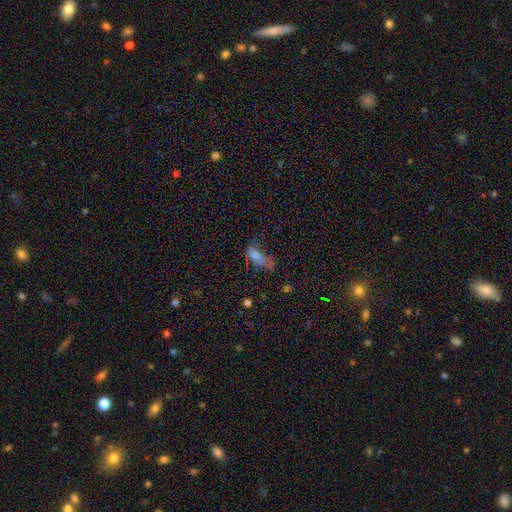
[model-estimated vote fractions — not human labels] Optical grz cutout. It shows a smooth galaxy with no disk features (55%) that is in between round and cigar-shaped (79%). Merging: major disturbance (40%).